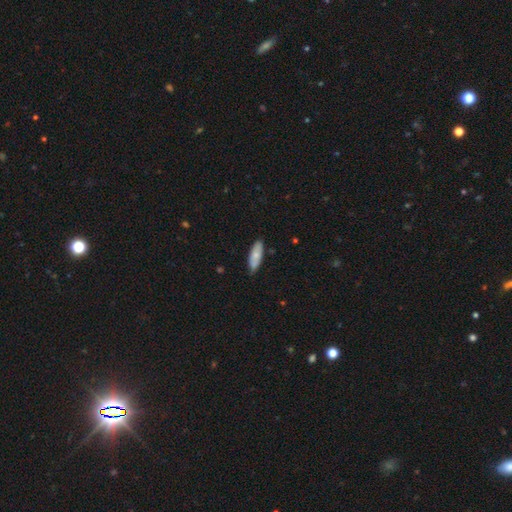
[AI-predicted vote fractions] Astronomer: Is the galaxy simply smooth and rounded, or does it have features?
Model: smooth — 72%.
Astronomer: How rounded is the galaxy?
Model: in between — 65%.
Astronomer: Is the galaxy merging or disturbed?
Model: none — 82%.